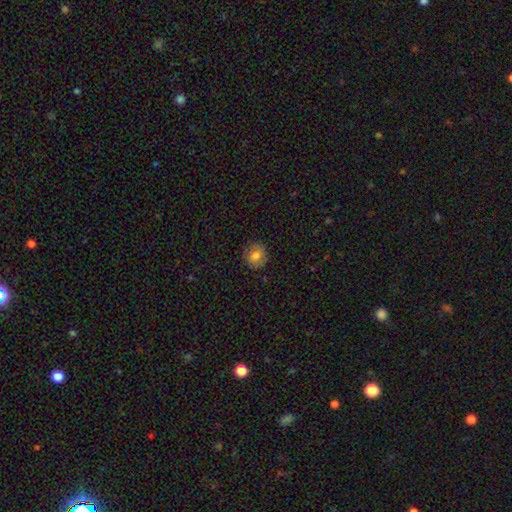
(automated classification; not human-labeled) smooth-or-featured: smooth: 74% | featured or disk: 15% | star or artifact: 10%
  how-rounded: round: 85% | in between: 14% | cigar-shaped: 1%
  merging: none: 85% | minor disturbance: 11% | major disturbance: 3% | merger: 1%